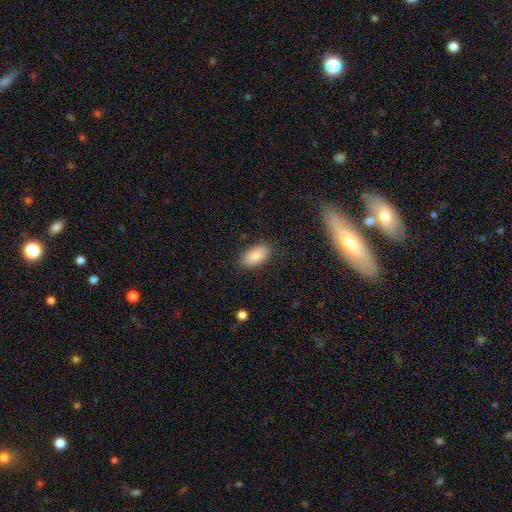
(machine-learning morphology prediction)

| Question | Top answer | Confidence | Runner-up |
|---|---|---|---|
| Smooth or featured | smooth | 85% | featured or disk (8%) |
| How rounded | in between | 93% | round (4%) |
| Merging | none | 85% | minor disturbance (11%) |